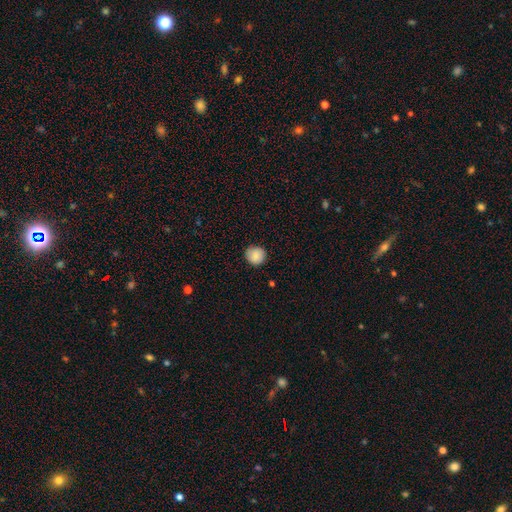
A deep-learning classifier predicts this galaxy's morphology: Smooth or featured: smooth — 86% (star or artifact — 8%)
How rounded: round — 92% (in between — 7%)
Merging: none — 87% (minor disturbance — 10%)